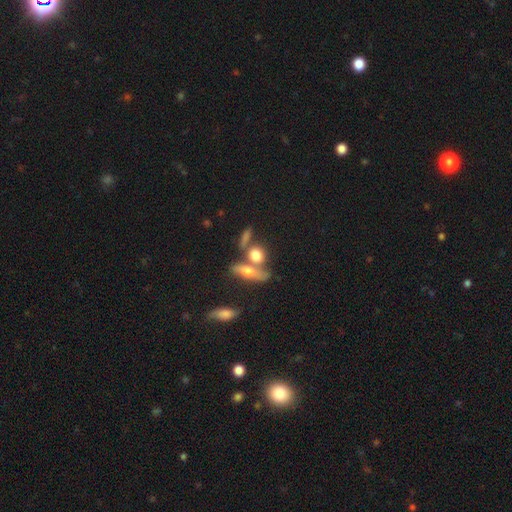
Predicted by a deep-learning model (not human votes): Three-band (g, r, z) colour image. It shows a smooth galaxy with no disk features (70%) that is round (44%). Merging: none (46%).